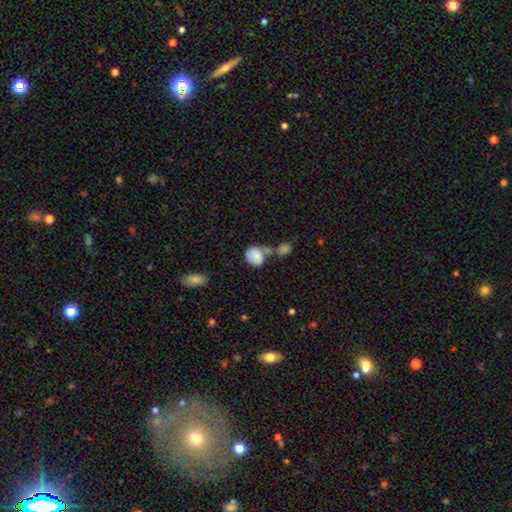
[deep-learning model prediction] smooth 81%, featured or disk 12%, star or artifact 7%. Down the decision tree: how rounded — round (58%); merging — merger (42%).